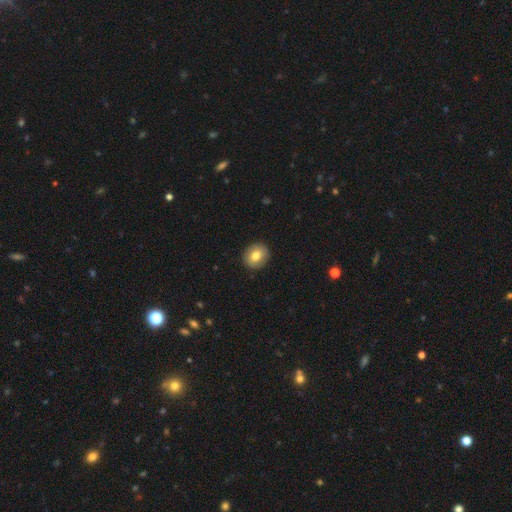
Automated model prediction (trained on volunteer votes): Smooth or featured?
  - smooth: 78% *
  - featured or disk: 15%
  - star or artifact: 8%
How rounded?
  - round: 74% *
  - in between: 25%
  - cigar-shaped: 1%
Merging?
  - none: 91% *
  - minor disturbance: 7%
  - major disturbance: 2%
  - merger: 1%